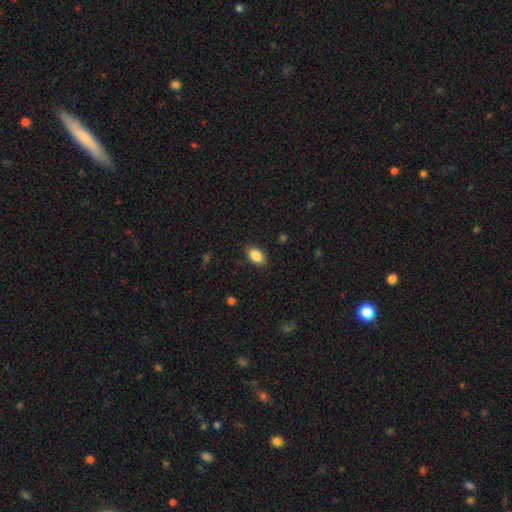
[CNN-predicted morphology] Q: Smooth or featured?
A: smooth (86%); runner-up: star or artifact (8%)
Q: How rounded?
A: in between (90%); runner-up: round (8%)
Q: Merging?
A: none (87%); runner-up: minor disturbance (10%)